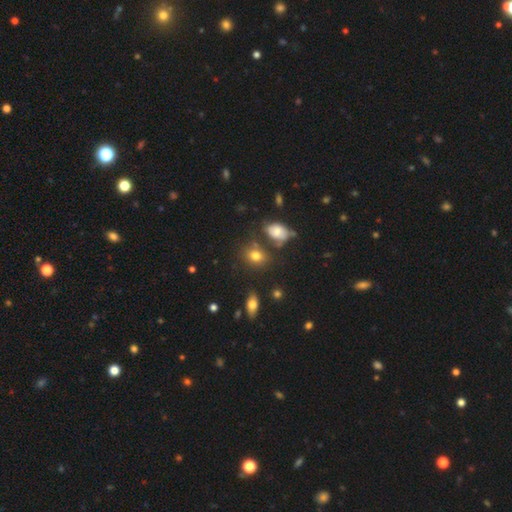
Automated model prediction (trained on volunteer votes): Smooth or featured: smooth — 77% (star or artifact — 12%)
How rounded: in between — 60% (round — 38%)
Merging: none — 66% (minor disturbance — 17%)